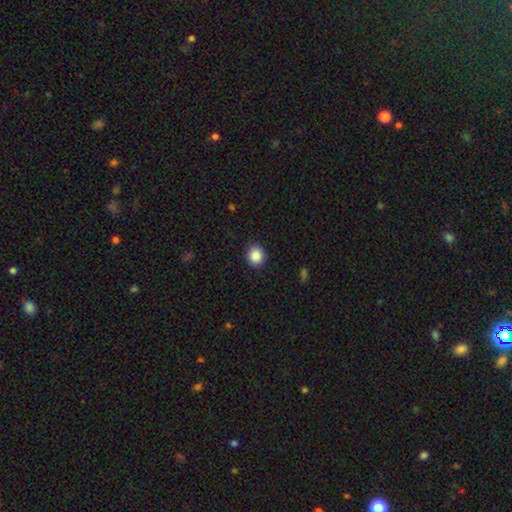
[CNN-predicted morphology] smooth 88%, star or artifact 9%, featured or disk 3%. Down the decision tree: how rounded — round (82%); merging — none (90%).